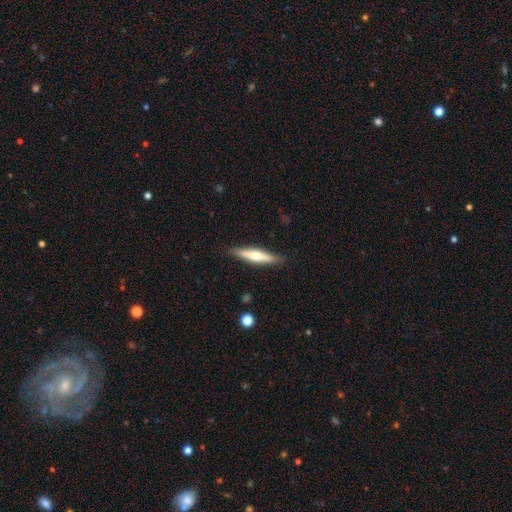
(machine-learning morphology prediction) smooth-or-featured: featured or disk: 47% (tied) | smooth: 47% (tied) | star or artifact: 6%
  merging: none: 88% | minor disturbance: 9% | major disturbance: 2% | merger: 1%